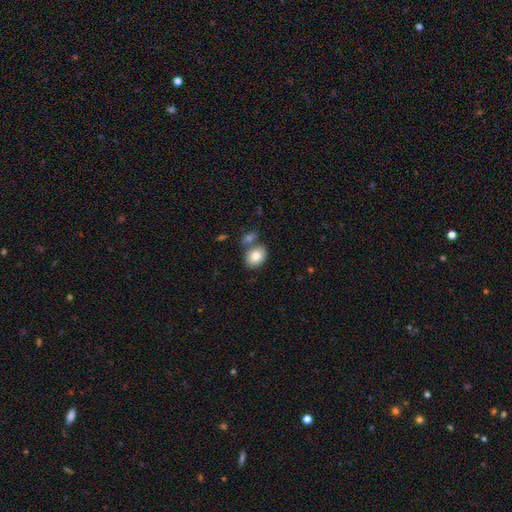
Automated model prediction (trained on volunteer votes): This appears to be a smooth galaxy with no disk features (80%) that is in between round and cigar-shaped (67%). Merging: none (59%).